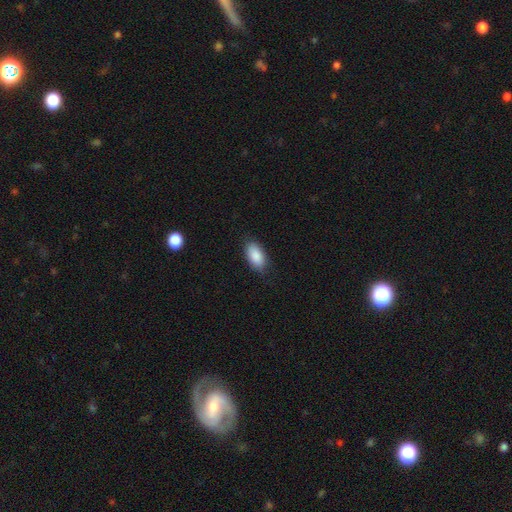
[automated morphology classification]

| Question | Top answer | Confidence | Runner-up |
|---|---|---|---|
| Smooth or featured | smooth | 89% | star or artifact (6%) |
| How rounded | in between | 93% | cigar-shaped (4%) |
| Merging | none | 83% | minor disturbance (14%) |